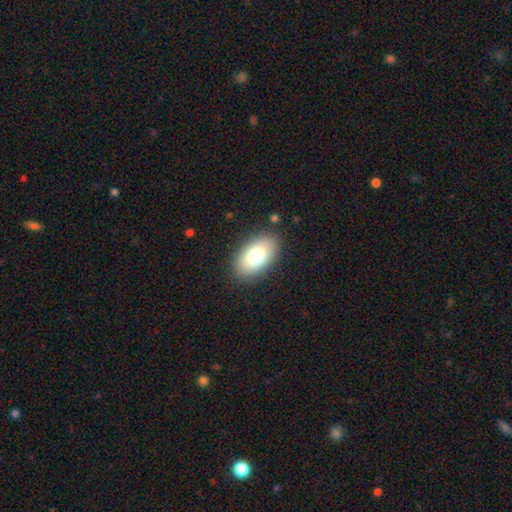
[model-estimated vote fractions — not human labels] A smooth galaxy with no disk features (76%) that is in between round and cigar-shaped (92%). Merging: none (86%).